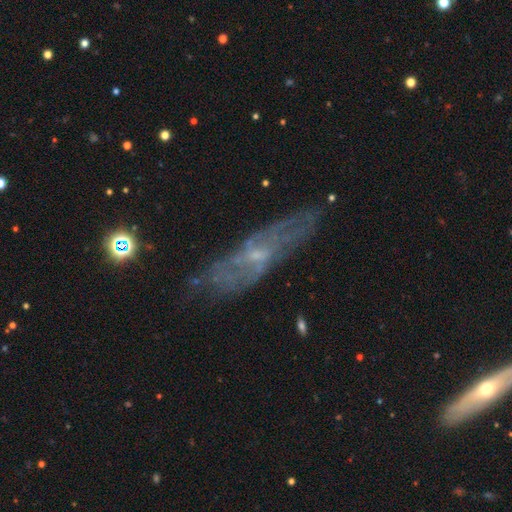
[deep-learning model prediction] Smooth or featured: featured or disk — 67% (smooth — 22%)
Edge-on disk: no — 61% (yes — 39%)
Merging: none — 73% (minor disturbance — 17%)